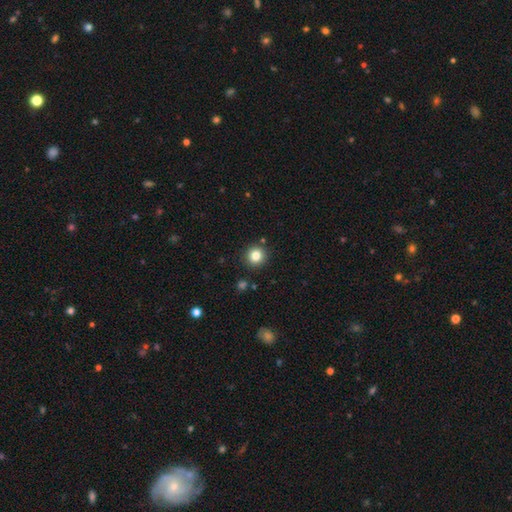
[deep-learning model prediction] This appears to be a smooth galaxy with no disk features (82%) that is round (93%). Merging: none (89%).